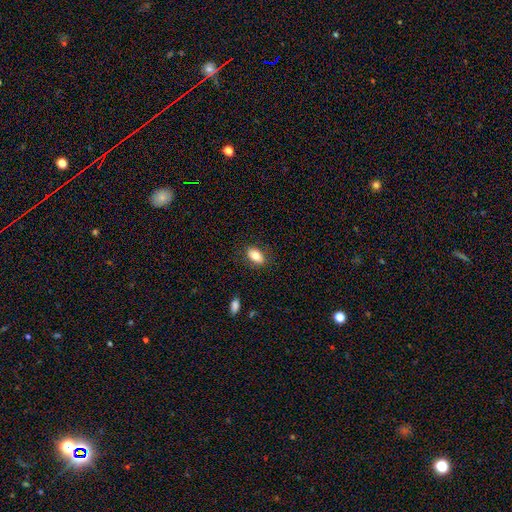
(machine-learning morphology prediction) type=smooth (79%); roundness=in between (89%); merging=none (85%).